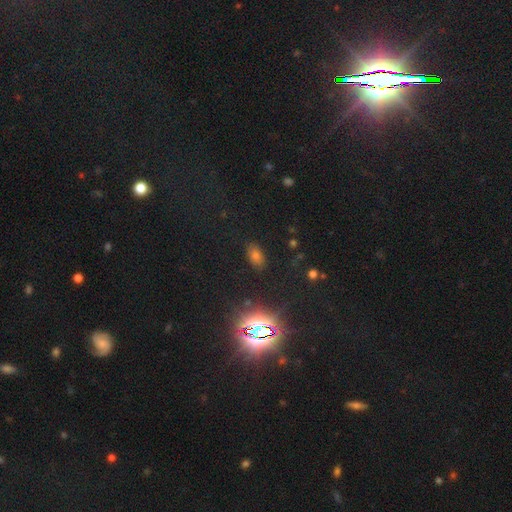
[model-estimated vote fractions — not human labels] Overall: smooth (58%; star or artifact 33%). How rounded: in between (88%). Merging: none (84%).